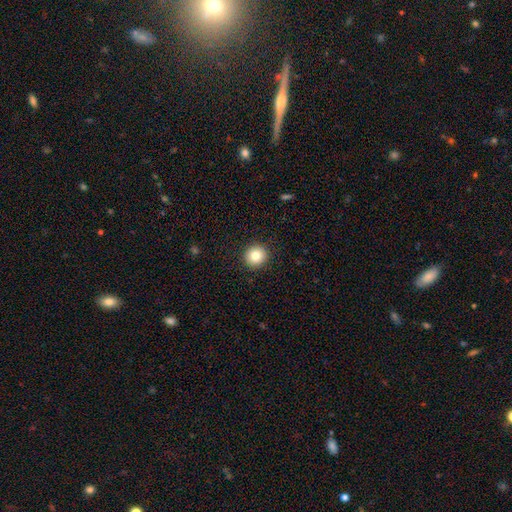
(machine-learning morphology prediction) Q: Smooth or featured?
A: smooth (82%); runner-up: star or artifact (10%)
Q: How rounded?
A: round (93%); runner-up: in between (6%)
Q: Merging?
A: none (92%); runner-up: minor disturbance (5%)